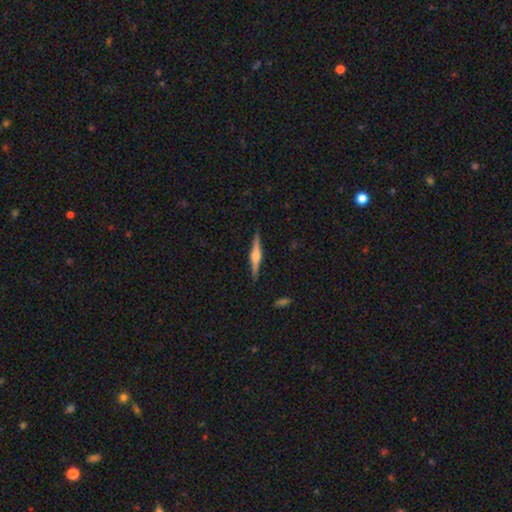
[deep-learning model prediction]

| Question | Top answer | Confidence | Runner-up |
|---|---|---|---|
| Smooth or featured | featured or disk | 73% | smooth (21%) |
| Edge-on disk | yes | 98% | no (2%) |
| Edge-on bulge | rounded | 77% | boxy (18%) |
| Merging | none | 91% | minor disturbance (7%) |